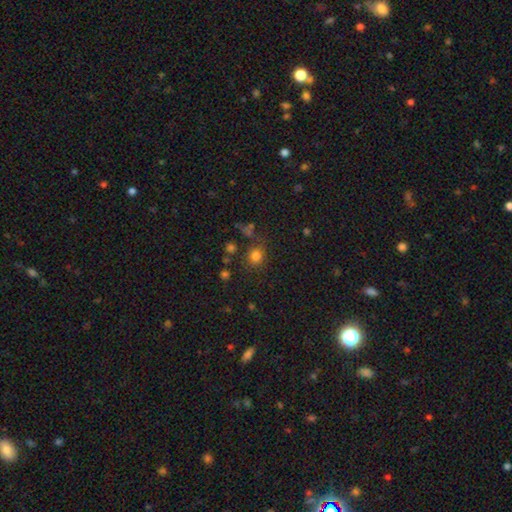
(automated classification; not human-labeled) This is likely a smooth galaxy (78%). How rounded: likely round (77%). Merging: likely none (75%).